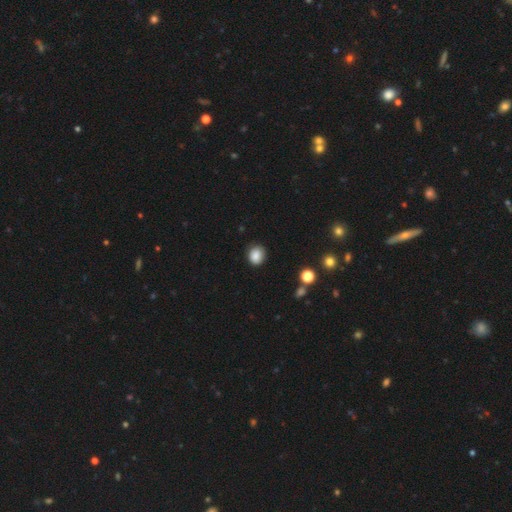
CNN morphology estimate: smooth_or_featured: smooth (p=0.85) [alt: star or artifact p=0.10]
how_rounded: round (p=0.64) [alt: in between p=0.35]
merging: none (p=0.81) [alt: minor disturbance p=0.15]